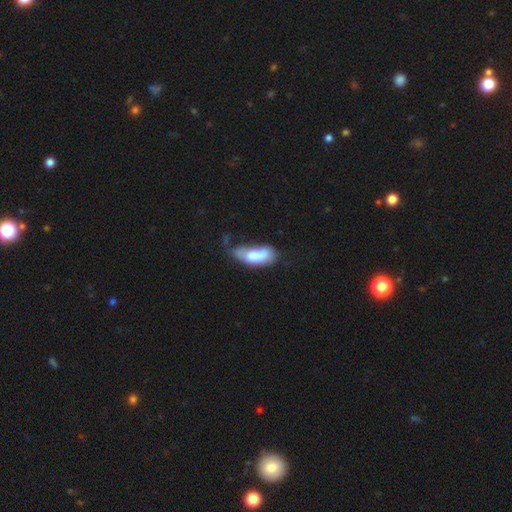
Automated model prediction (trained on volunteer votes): Smooth or featured?
  - smooth: 65% *
  - featured or disk: 27%
  - star or artifact: 8%
How rounded?
  - in between: 79% *
  - cigar-shaped: 18%
  - round: 3%
Merging?
  - major disturbance: 30% *
  - minor disturbance: 28%
  - merger: 21%
  - none: 21%